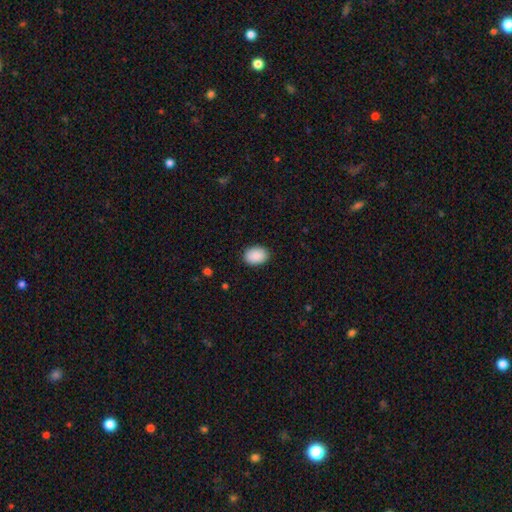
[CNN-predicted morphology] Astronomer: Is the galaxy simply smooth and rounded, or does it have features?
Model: smooth — 90%.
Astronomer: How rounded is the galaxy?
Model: in between — 79%.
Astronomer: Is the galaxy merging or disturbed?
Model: none — 89%.